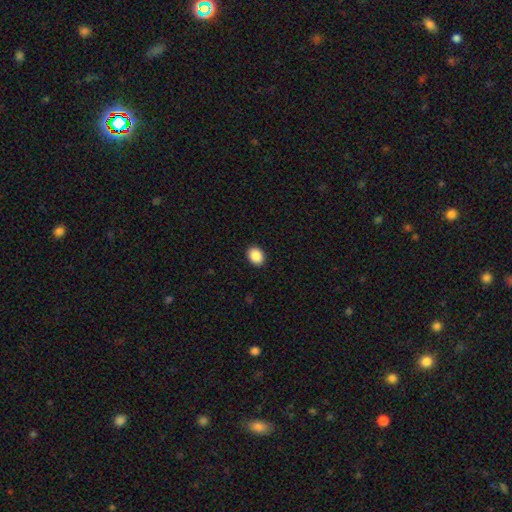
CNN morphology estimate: This appears to be a smooth galaxy with no disk features (89%) that is in between round and cigar-shaped (64%). Merging: none (91%).